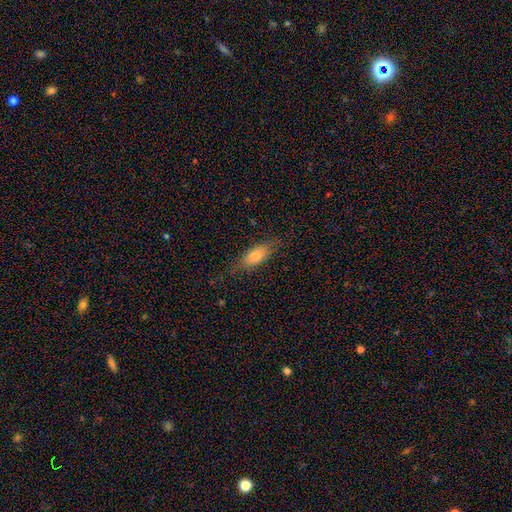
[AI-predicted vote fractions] smooth_or_featured: smooth (p=0.76) [alt: featured or disk p=0.16]
how_rounded: in between (p=0.73) [alt: cigar-shaped p=0.24]
merging: none (p=0.71) [alt: minor disturbance p=0.20]